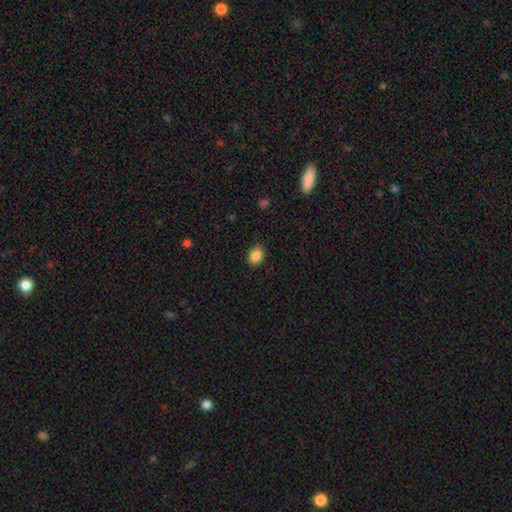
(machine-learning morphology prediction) smooth-or-featured: smooth: 88% | star or artifact: 9% | featured or disk: 3%
  how-rounded: in between: 60% | round: 39% | cigar-shaped: 1%
  merging: none: 87% | minor disturbance: 10% | major disturbance: 2% | merger: 1%